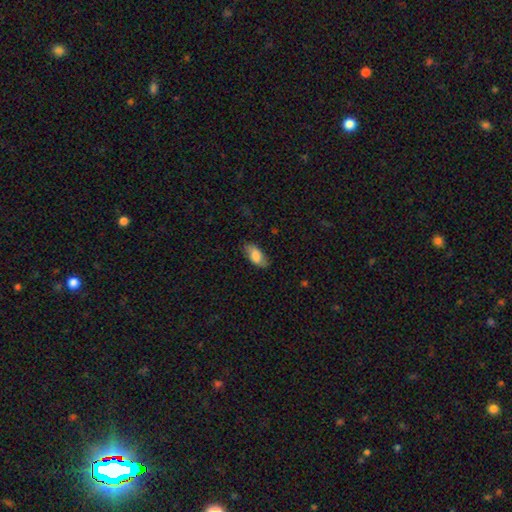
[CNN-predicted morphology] Q: Smooth or featured?
A: smooth (81%); runner-up: featured or disk (12%)
Q: How rounded?
A: in between (89%); runner-up: cigar-shaped (8%)
Q: Merging?
A: none (79%); runner-up: minor disturbance (16%)